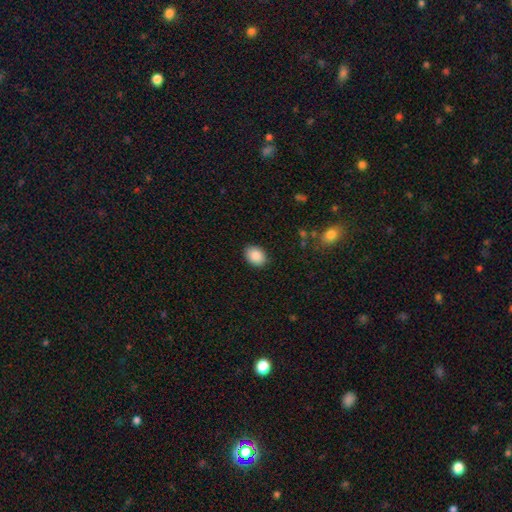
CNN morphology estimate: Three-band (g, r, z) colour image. It shows a smooth galaxy with no disk features (88%) that is in between round and cigar-shaped (72%). Merging: none (89%).